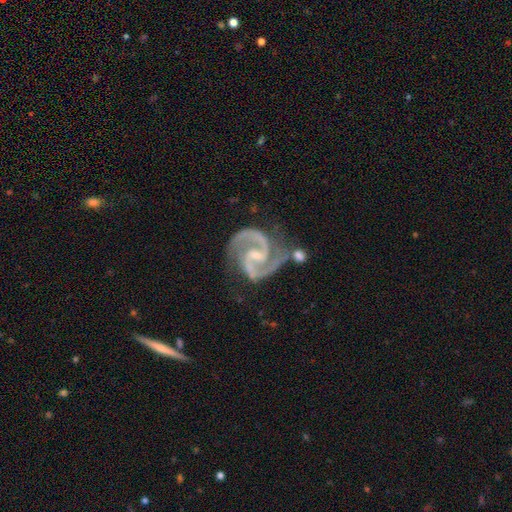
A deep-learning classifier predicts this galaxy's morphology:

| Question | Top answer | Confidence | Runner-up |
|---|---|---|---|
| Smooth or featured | featured or disk | 94% | star or artifact (4%) |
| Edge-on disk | no | 98% | yes (2%) |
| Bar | weak | 50% | strong (25%) |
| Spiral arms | yes | 99% | no (1%) |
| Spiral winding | medium | 64% | tight (28%) |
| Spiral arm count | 2 | 94% | 3 (2%) |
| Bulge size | small | 56% | moderate (27%) |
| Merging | none | 62% | minor disturbance (20%) |